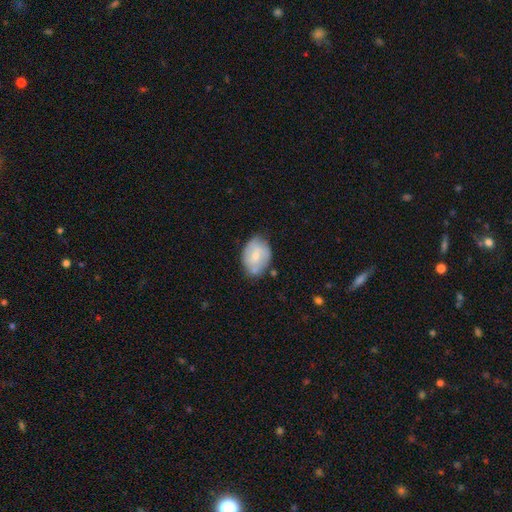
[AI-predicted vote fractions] Smooth or featured? Predicted: smooth (p=0.51). How rounded? Predicted: in between (p=0.71). Merging? Predicted: none (p=0.62).